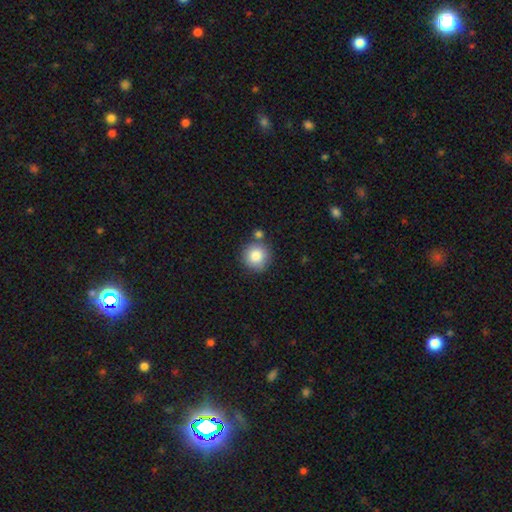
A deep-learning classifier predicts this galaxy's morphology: A smooth galaxy with no disk features (85%) that is round (92%). Merging: none (74%).